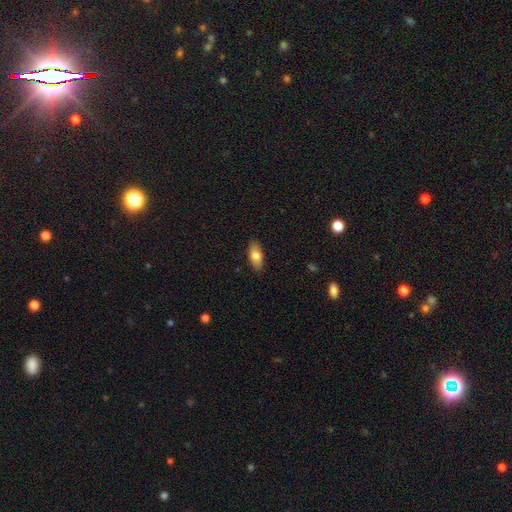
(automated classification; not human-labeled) The model was most divided on "smooth or featured": smooth: 76%, featured or disk: 18%, star or artifact: 6%. More confident: merging — none (88%); how rounded — in between (84%).